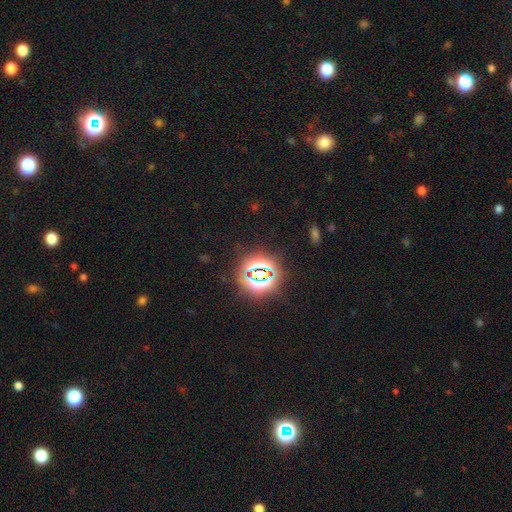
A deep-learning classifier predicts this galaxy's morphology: Smooth or featured? star or artifact (79%)